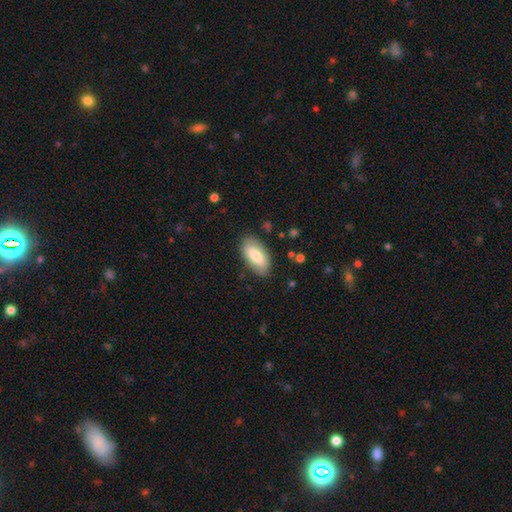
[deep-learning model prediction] A smooth galaxy with no disk features (74%) that is in between round and cigar-shaped (93%).

Vote fractions:
- Smooth or featured? smooth: 74% / featured or disk: 21% / star or artifact: 6%
- How rounded? in between: 93% / cigar-shaped: 5% / round: 3%
- Merging? none: 82% / minor disturbance: 13% / major disturbance: 3% / merger: 1%